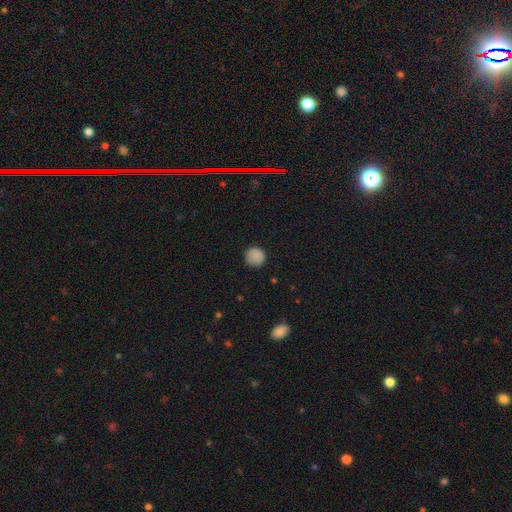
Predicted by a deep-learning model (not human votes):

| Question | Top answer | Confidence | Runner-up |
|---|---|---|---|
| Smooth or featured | smooth | 85% | star or artifact (10%) |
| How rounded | round | 92% | in between (7%) |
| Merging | none | 83% | minor disturbance (13%) |